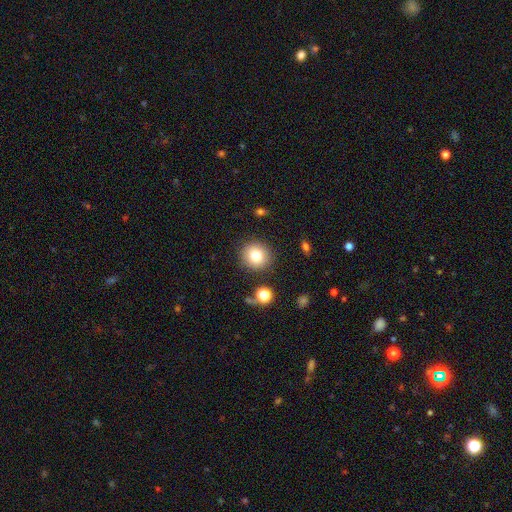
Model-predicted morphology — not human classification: A smooth galaxy with no disk features (78%) that is round (91%). Merging: none (88%).